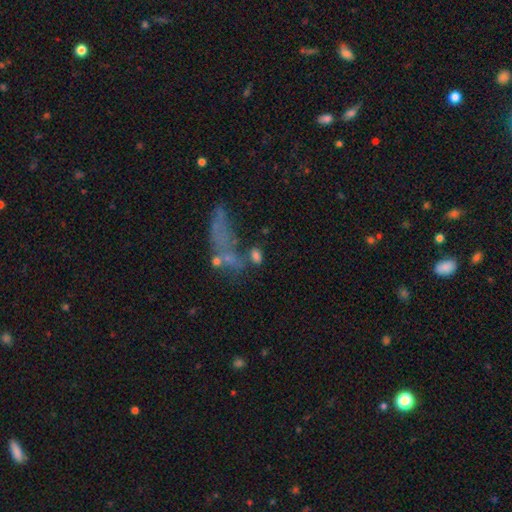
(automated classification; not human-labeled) Smooth or featured? smooth (67%)
How rounded? in between (76%)
Merging? none (45%)